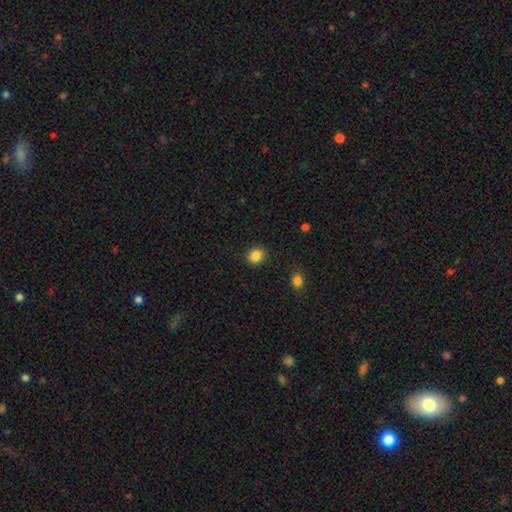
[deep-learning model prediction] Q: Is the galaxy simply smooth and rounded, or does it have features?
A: smooth — 86%.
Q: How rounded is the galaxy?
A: round — 73%.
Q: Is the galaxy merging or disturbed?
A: none — 90%.